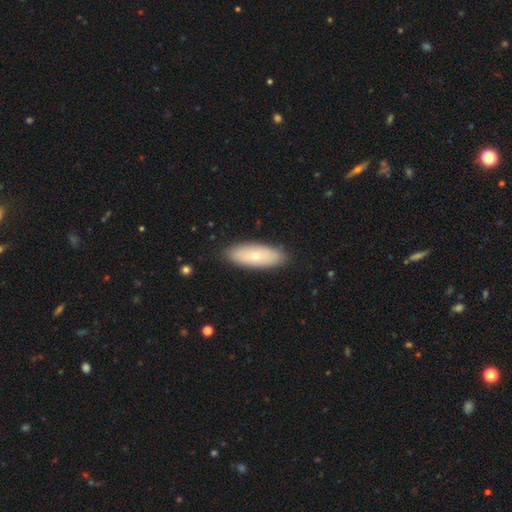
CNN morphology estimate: Overall: smooth (64%; featured or disk 29%). How rounded: in between (72%). Merging: none (88%).